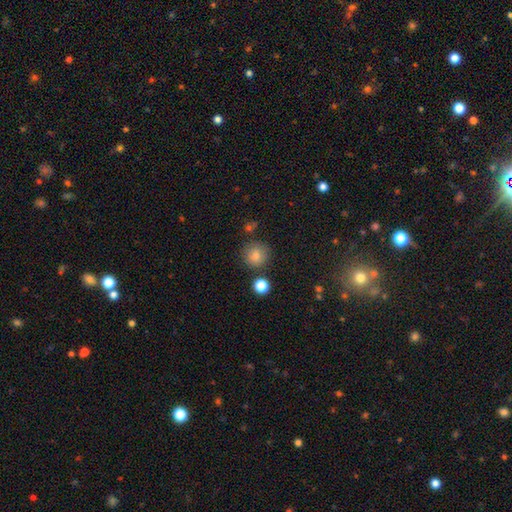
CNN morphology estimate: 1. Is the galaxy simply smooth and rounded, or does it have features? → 81% smooth, 11% star or artifact, 7% featured or disk.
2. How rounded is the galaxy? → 92% round, 7% in between, 1% cigar-shaped.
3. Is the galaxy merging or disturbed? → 81% none, 11% minor disturbance, 5% merger, 3% major disturbance.